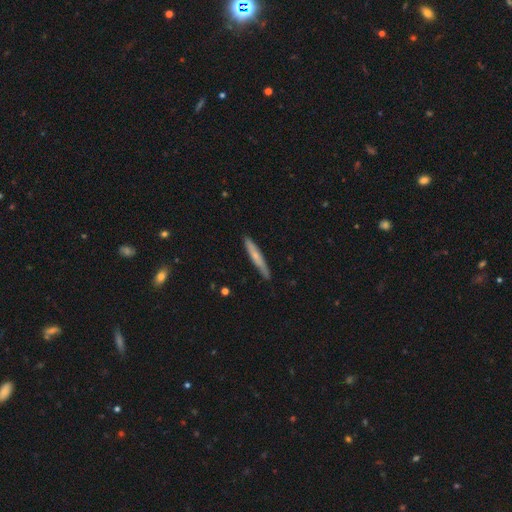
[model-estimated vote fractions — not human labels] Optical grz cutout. It shows a smooth galaxy with no disk features (55%) that is cigar-shaped (94%). Merging: none (83%).